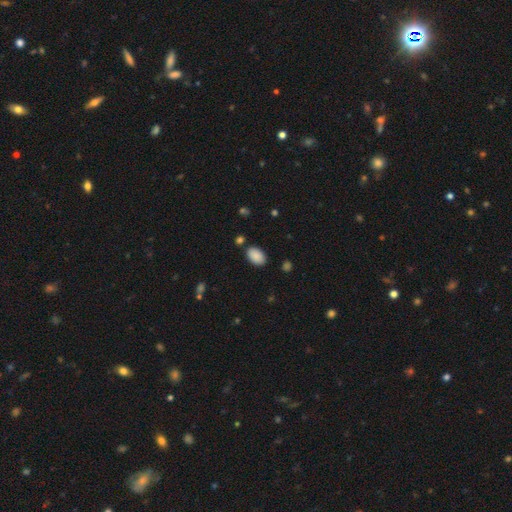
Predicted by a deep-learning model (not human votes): A smooth galaxy with no disk features (89%) that is in between round and cigar-shaped (92%). Merging: none (84%).